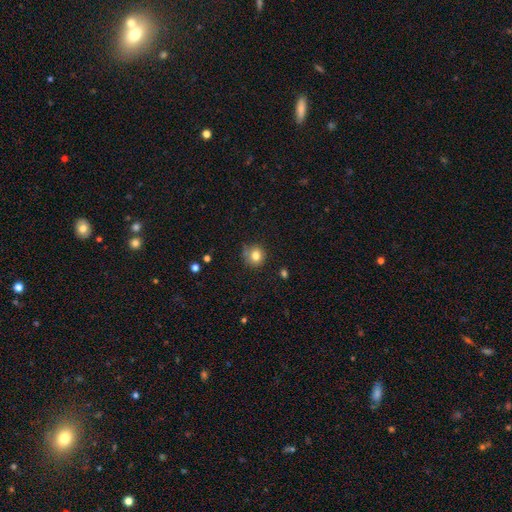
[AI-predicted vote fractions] Q: Smooth or featured?
A: smooth (80%); runner-up: star or artifact (12%)
Q: How rounded?
A: round (88%); runner-up: in between (11%)
Q: Merging?
A: none (71%); runner-up: minor disturbance (20%)